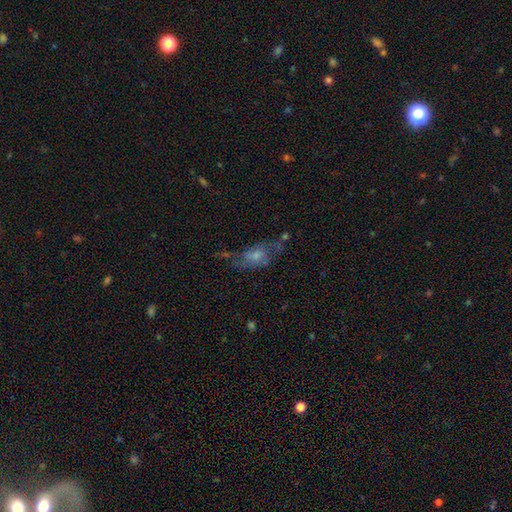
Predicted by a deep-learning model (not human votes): Smooth or featured: featured or disk — 48% (smooth — 42%)
Merging: none — 37% (major disturbance — 32%)